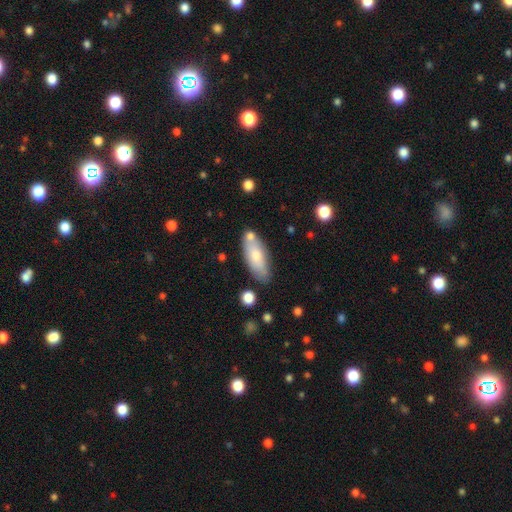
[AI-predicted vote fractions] Smooth or featured? smooth (71%)
How rounded? in between (76%)
Merging? none (69%)